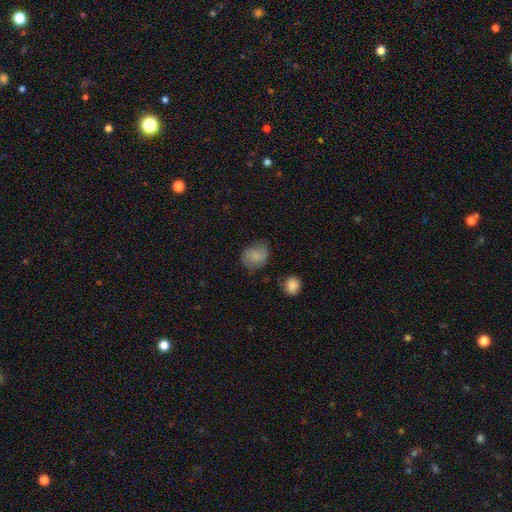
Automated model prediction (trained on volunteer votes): Smooth or featured: smooth — 72% (featured or disk — 19%)
How rounded: round — 65% (in between — 34%)
Merging: none — 61% (minor disturbance — 27%)